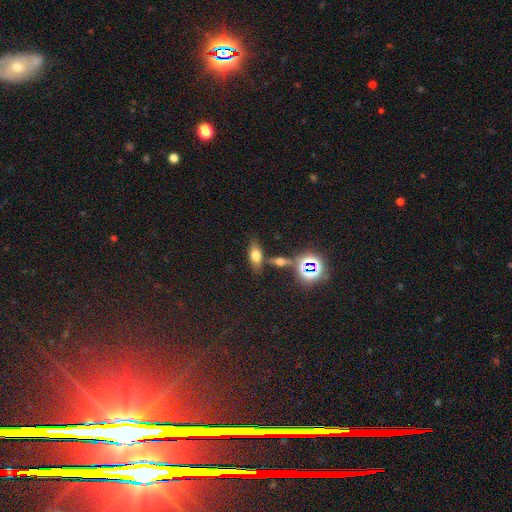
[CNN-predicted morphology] A smooth galaxy with no disk features (62%) that is in between round and cigar-shaped (77%). Merging: none (66%).